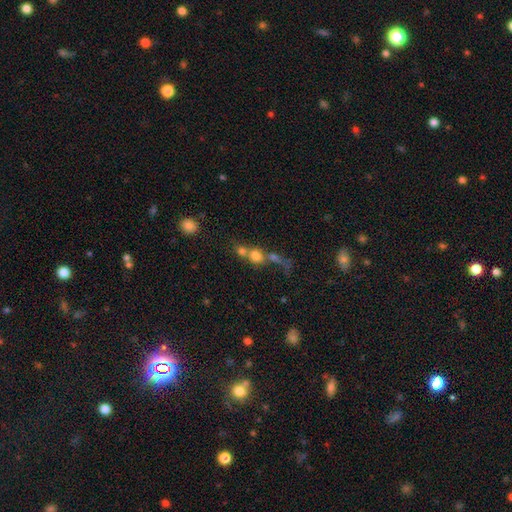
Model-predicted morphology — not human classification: Smooth or featured? Predicted: smooth (p=0.67). How rounded? Predicted: round (p=0.71). Merging? Predicted: merger (p=0.61).